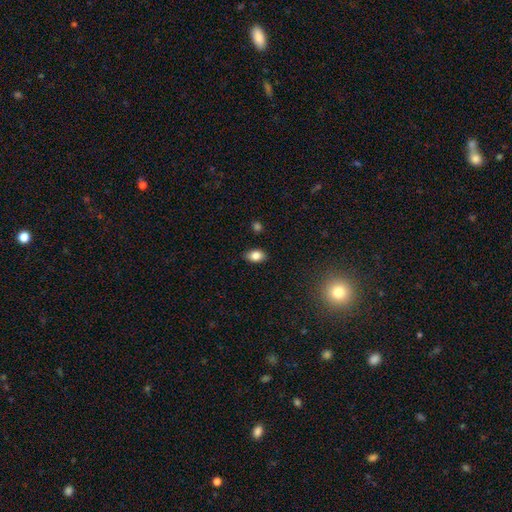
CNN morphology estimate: Q: Smooth or featured?
A: smooth (84%); runner-up: star or artifact (9%)
Q: How rounded?
A: in between (85%); runner-up: round (13%)
Q: Merging?
A: none (84%); runner-up: minor disturbance (12%)